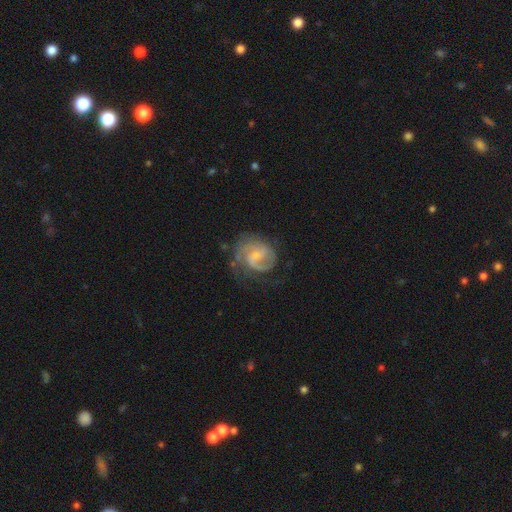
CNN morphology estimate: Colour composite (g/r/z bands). It shows a featured or disk galaxy (78%) with a weak bar (54%), 2 (56%) medium (47%) spiral arms (93%) and a small central bulge (59%). Merging: none (55%).